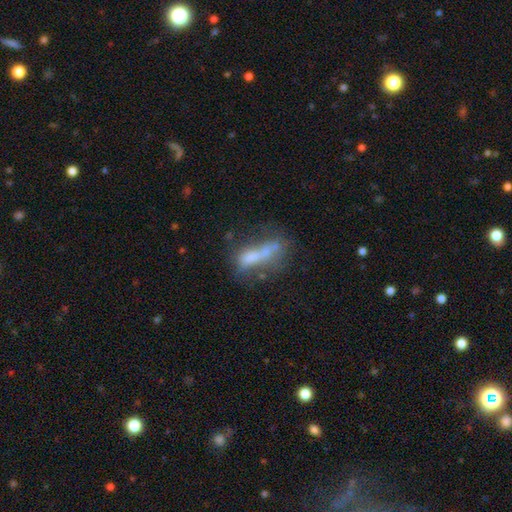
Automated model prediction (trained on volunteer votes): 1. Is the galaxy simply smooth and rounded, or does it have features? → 51% smooth, 36% featured or disk, 14% star or artifact.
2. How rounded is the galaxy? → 48% cigar-shaped, 47% in between, 4% round.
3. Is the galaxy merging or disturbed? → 31% none, 27% merger, 24% major disturbance, 19% minor disturbance.